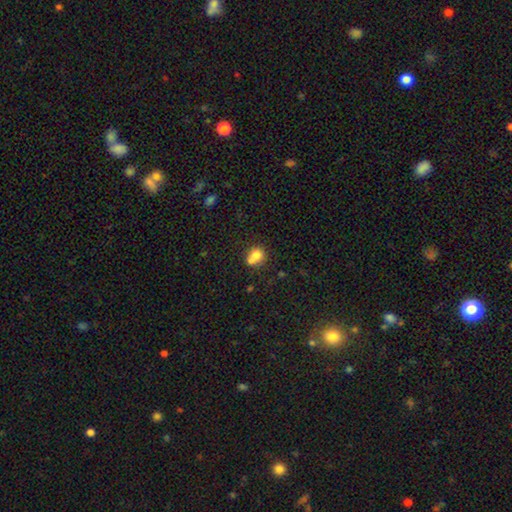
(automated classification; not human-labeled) This is likely a smooth galaxy (75%). How rounded: likely round (71%). Merging: possibly merger (47%).